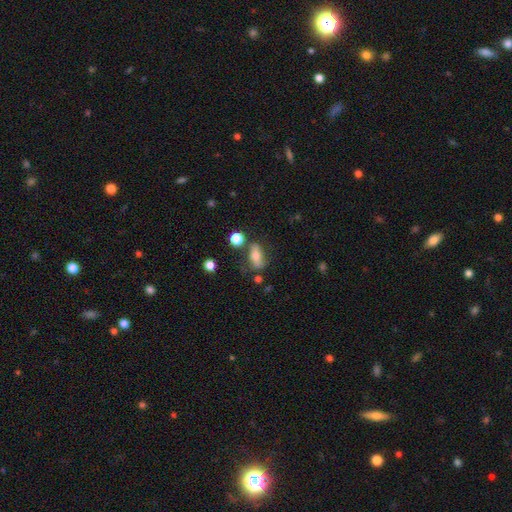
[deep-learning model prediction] Overall: smooth (61%; featured or disk 29%). How rounded: in between (75%). Merging: none (62%).